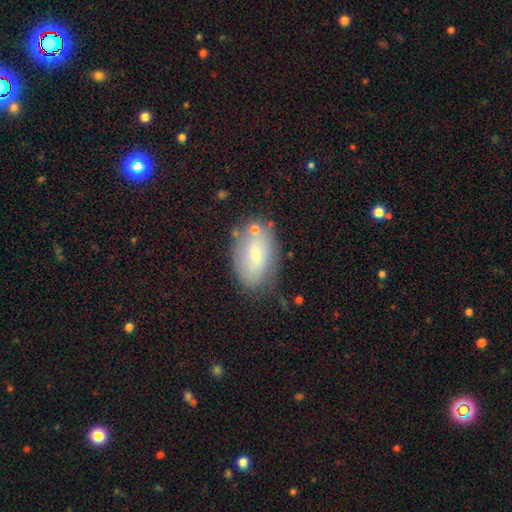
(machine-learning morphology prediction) Overall: smooth (62%; featured or disk 30%). How rounded: in between (88%). Merging: none (71%).